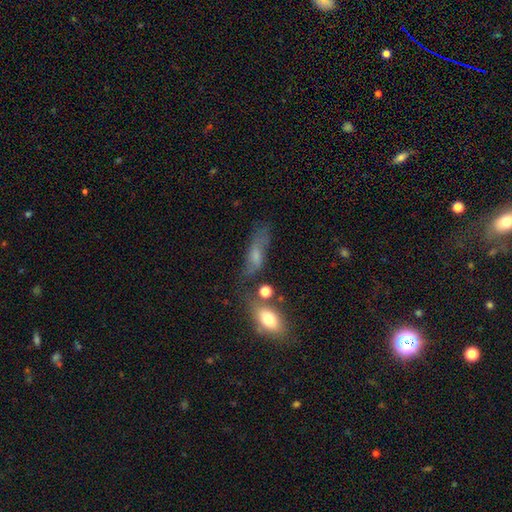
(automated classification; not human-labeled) Overall: smooth (55%; featured or disk 33%). How rounded: in between (58%; cigar-shaped 36%). Merging: none (46%; minor disturbance 26%).